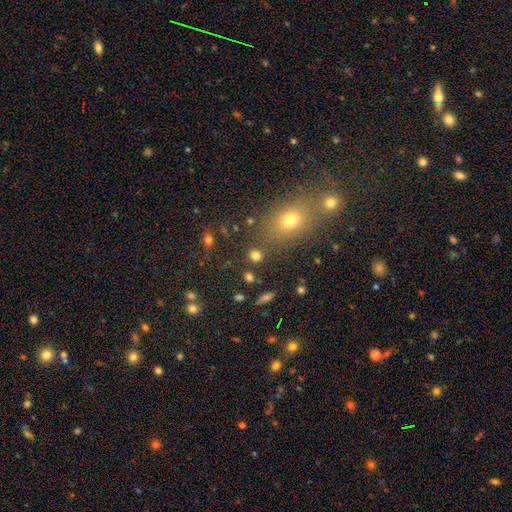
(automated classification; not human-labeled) smooth 77%, star or artifact 17%, featured or disk 6%. Down the decision tree: how rounded — round (78%); merging — none (79%).